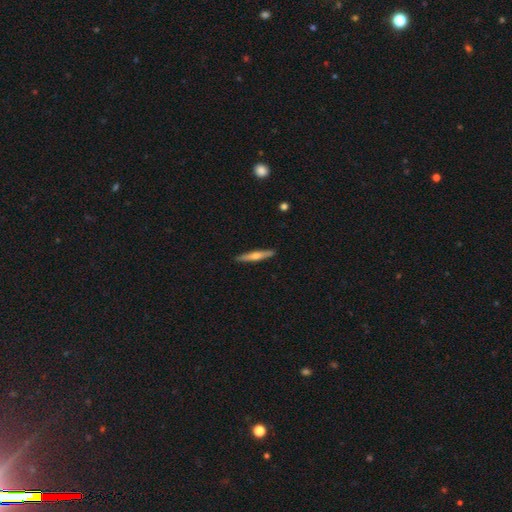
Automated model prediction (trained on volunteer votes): Q: Smooth or featured?
A: featured or disk (56%); runner-up: smooth (39%)
Q: Edge-on disk?
A: yes (97%); runner-up: no (3%)
Q: Edge-on bulge?
A: rounded (86%); runner-up: none (9%)
Q: Merging?
A: none (91%); runner-up: minor disturbance (6%)